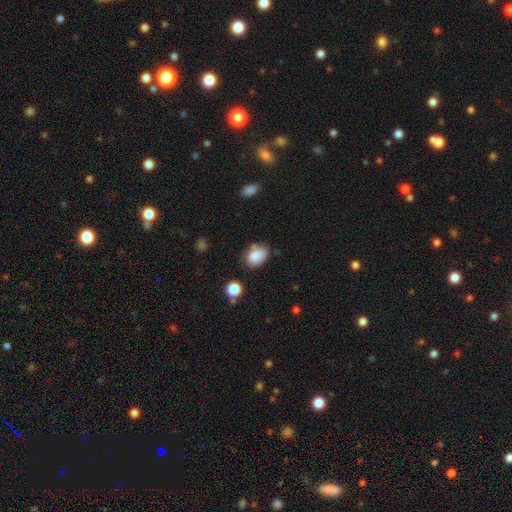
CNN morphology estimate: Smooth or featured: smooth — 85% (star or artifact — 9%)
How rounded: in between — 75% (round — 24%)
Merging: none — 65% (minor disturbance — 22%)